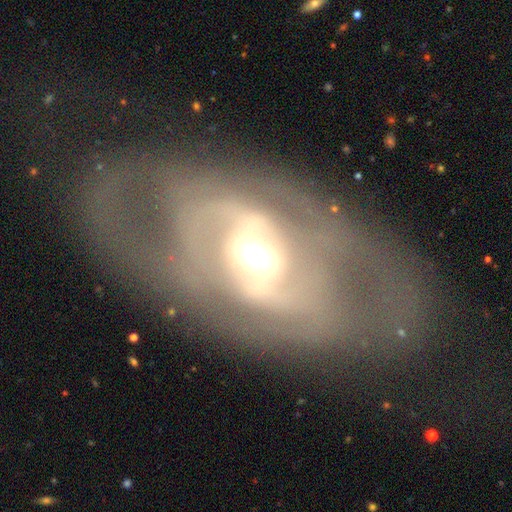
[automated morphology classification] smooth_or_featured: featured or disk (p=0.81) [alt: smooth p=0.12]
disk_edge_on: no (p=0.91) [alt: yes p=0.09]
bar: strong (p=0.40) [alt: weak p=0.36]
has_spiral_arms: yes (p=0.71) [alt: no p=0.29]
spiral_winding: tight (p=0.50) [alt: medium p=0.35]
spiral_arm_count: 2 (p=0.53) [alt: can't tell p=0.31]
bulge_size: moderate (p=0.60) [alt: large p=0.21]
merging: none (p=0.68) [alt: minor disturbance p=0.16]